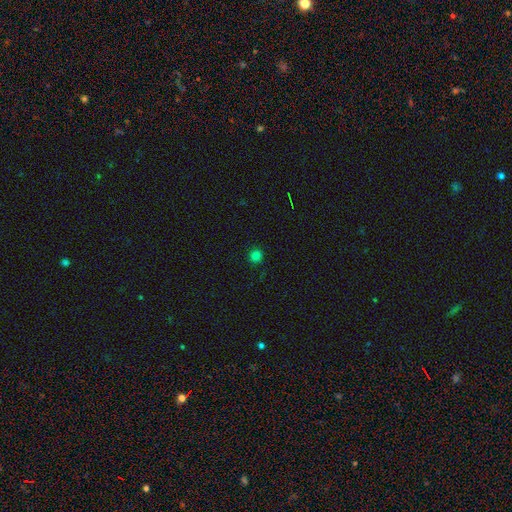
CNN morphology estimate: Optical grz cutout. It shows a smooth galaxy with no disk features (80%) that is round (93%). Merging: none (91%).